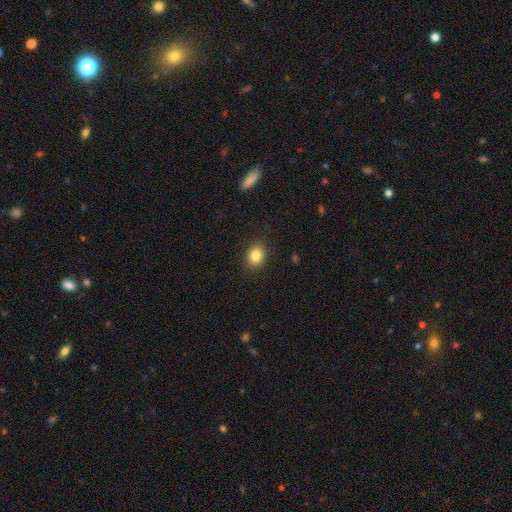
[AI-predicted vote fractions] Smooth or featured: smooth — 84% (star or artifact — 10%)
How rounded: round — 50% (in between — 49%)
Merging: none — 87% (minor disturbance — 9%)